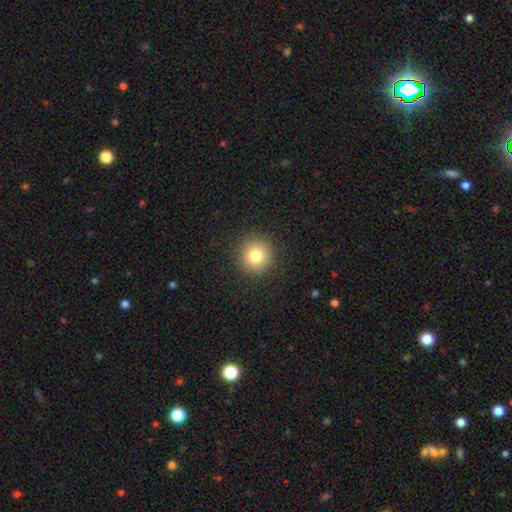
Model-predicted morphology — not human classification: smooth 81%, star or artifact 11%, featured or disk 8%. Down the decision tree: how rounded — round (94%); merging — none (91%).